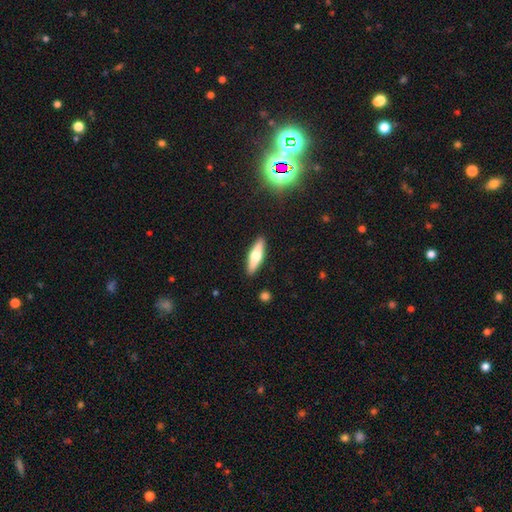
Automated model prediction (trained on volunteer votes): Smooth or featured? Predicted: smooth (p=0.51). How rounded? Predicted: cigar-shaped (p=0.62). Merging? Predicted: none (p=0.90).